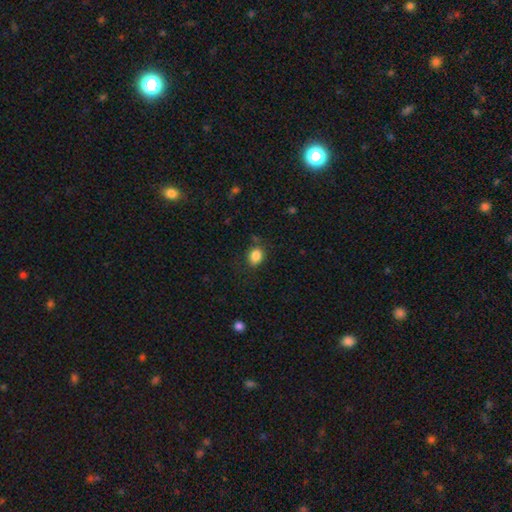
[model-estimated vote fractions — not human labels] Q: Smooth or featured?
A: smooth (85%); runner-up: star or artifact (10%)
Q: How rounded?
A: round (51%); runner-up: in between (48%)
Q: Merging?
A: none (77%); runner-up: minor disturbance (15%)